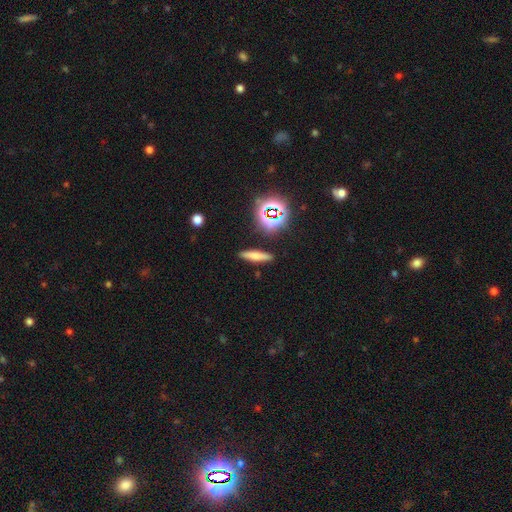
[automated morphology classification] A smooth galaxy with no disk features (63%) that is cigar-shaped (75%).

Vote fractions:
- Smooth or featured? smooth: 63% / featured or disk: 20% / star or artifact: 17%
- How rounded? cigar-shaped: 75% / in between: 19% / round: 5%
- Merging? none: 87% / minor disturbance: 8% / major disturbance: 2% / merger: 2%